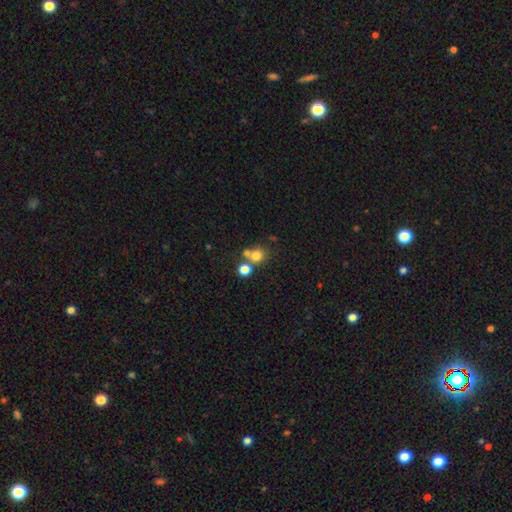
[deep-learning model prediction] Smooth or featured: smooth — 74% (star or artifact — 15%)
How rounded: round — 83% (in between — 16%)
Merging: none — 52% (merger — 36%)